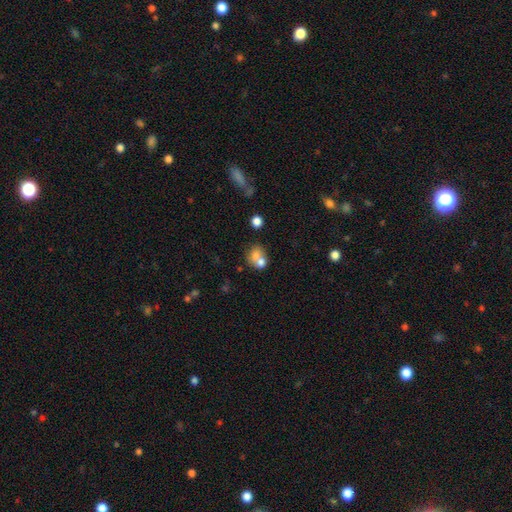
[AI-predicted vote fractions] smooth-or-featured: smooth: 71% | featured or disk: 18% | star or artifact: 11%
  how-rounded: round: 58% | in between: 41% | cigar-shaped: 1%
  merging: merger: 57% | none: 29% | minor disturbance: 9% | major disturbance: 5%